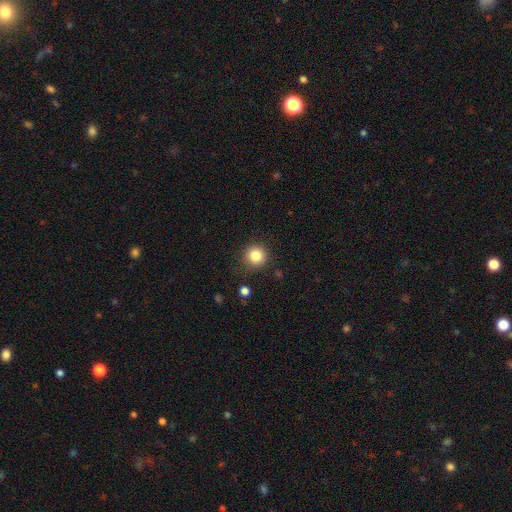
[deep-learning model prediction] Overall: smooth (83%). How rounded: round (93%). Merging: none (86%).